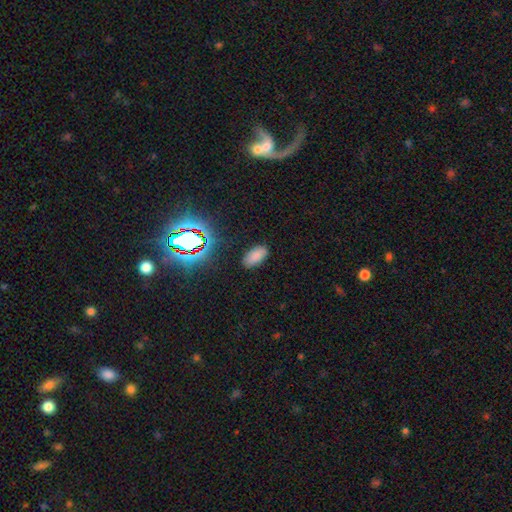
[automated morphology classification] A smooth galaxy with no disk features (79%) that is in between round and cigar-shaped (94%).

Vote fractions:
- Smooth or featured? smooth: 79% / star or artifact: 15% / featured or disk: 6%
- How rounded? in between: 94% / round: 4% / cigar-shaped: 3%
- Merging? none: 85% / minor disturbance: 10% / major disturbance: 3% / merger: 1%